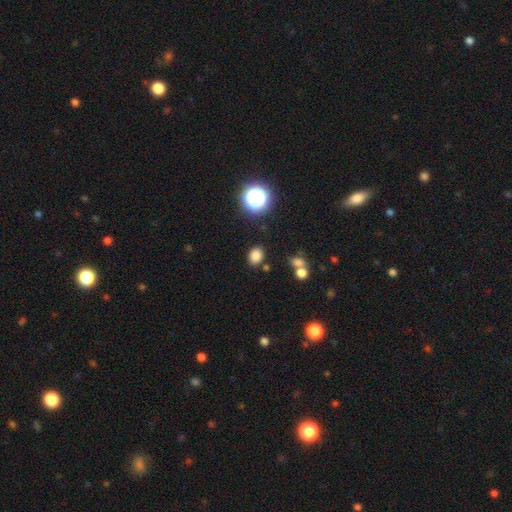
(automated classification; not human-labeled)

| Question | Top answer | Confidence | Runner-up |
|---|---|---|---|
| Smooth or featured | smooth | 81% | star or artifact (14%) |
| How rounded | in between | 61% | round (38%) |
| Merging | none | 83% | minor disturbance (10%) |